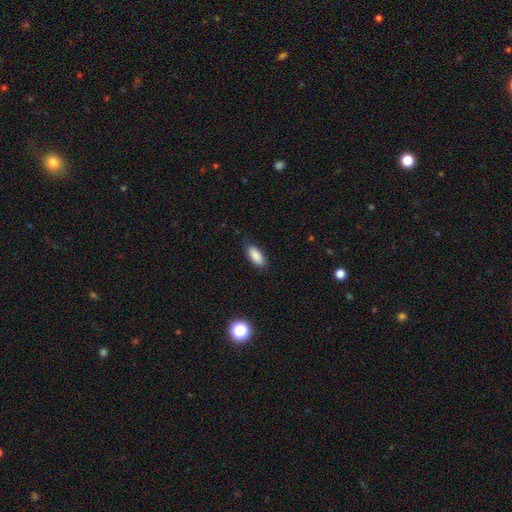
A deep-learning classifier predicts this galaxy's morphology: This is clearly a smooth galaxy (88%). How rounded: clearly in between (85%). Merging: clearly none (84%).